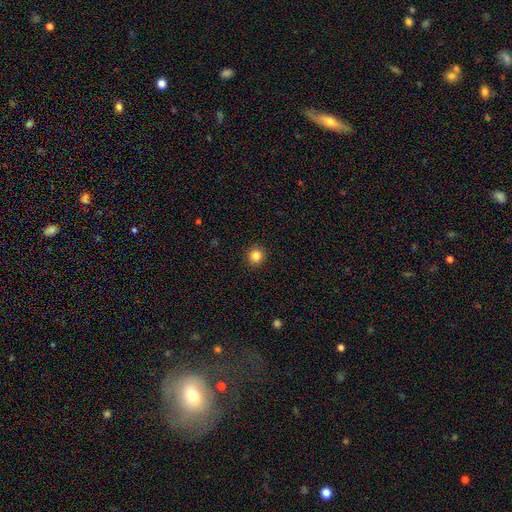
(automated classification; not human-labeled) A smooth galaxy with no disk features (83%) that is round (93%). Merging: none (93%).